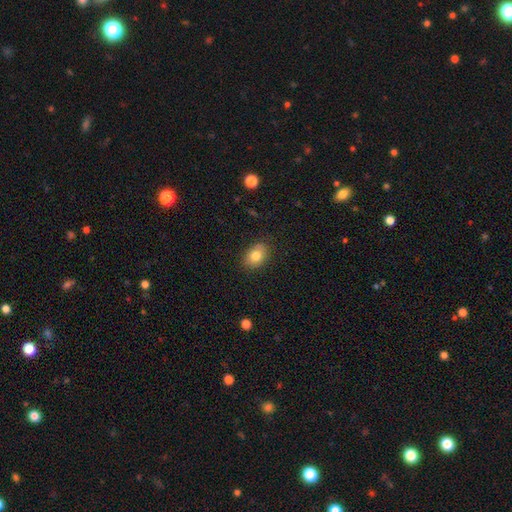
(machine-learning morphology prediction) A smooth galaxy with no disk features (81%) that is in between round and cigar-shaped (74%).

Vote fractions:
- Smooth or featured? smooth: 81% / featured or disk: 10% / star or artifact: 9%
- How rounded? in between: 74% / round: 25% / cigar-shaped: 1%
- Merging? none: 84% / minor disturbance: 12% / major disturbance: 3% / merger: 1%